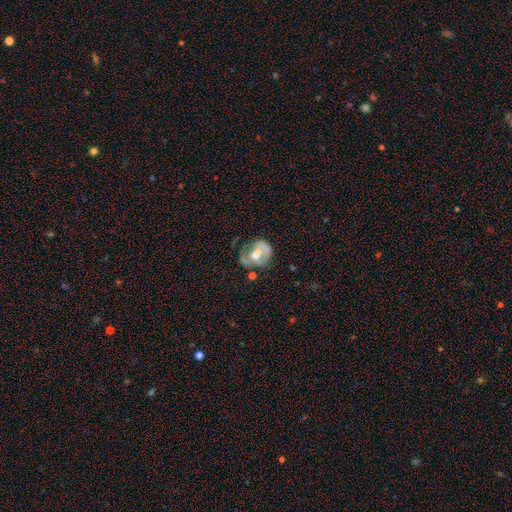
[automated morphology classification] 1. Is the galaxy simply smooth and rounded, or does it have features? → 62% featured or disk, 30% smooth, 7% star or artifact.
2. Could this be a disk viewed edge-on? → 97% no, 3% yes.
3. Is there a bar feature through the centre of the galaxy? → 57% no, 32% weak, 11% strong.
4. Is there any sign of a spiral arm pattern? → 58% yes, 42% no.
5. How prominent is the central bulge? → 68% moderate, 17% small, 11% large, 3% none, 1% dominant.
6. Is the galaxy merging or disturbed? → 42% none, 27% minor disturbance, 23% major disturbance, 9% merger.